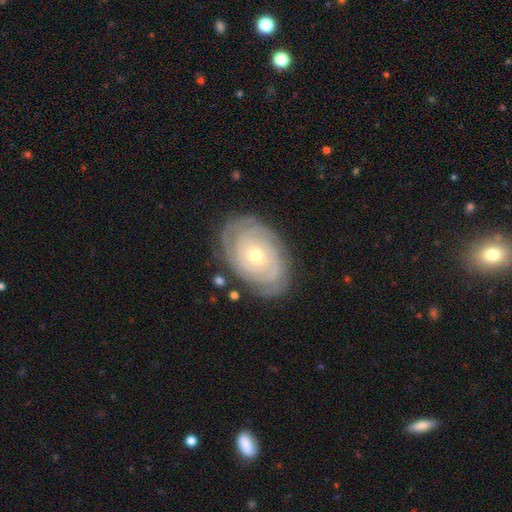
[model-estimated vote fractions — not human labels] This is clearly a featured or disk galaxy (86%). It is clearly not viewed edge-on (96%). Bar: likely no (79%). Spiral arm pattern: clearly yes (96%). Spiral arm count: marginally can't tell (30%). Spiral winding: clearly tight (86%). Central bulge: possibly small (52%). Merging: clearly none (81%).